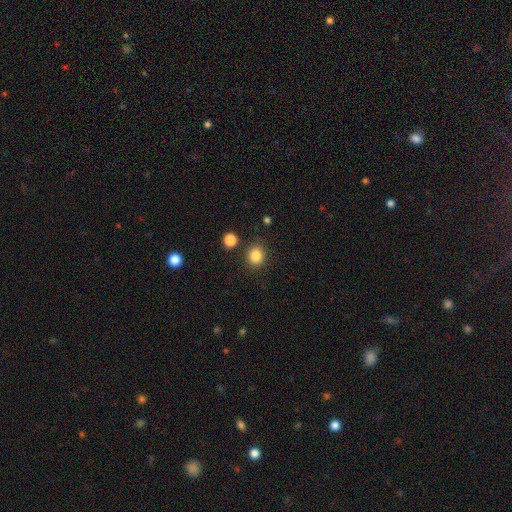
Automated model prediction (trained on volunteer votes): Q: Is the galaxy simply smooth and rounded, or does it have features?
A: smooth — 84%.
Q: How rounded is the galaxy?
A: round — 84%.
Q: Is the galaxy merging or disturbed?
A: none — 86%.